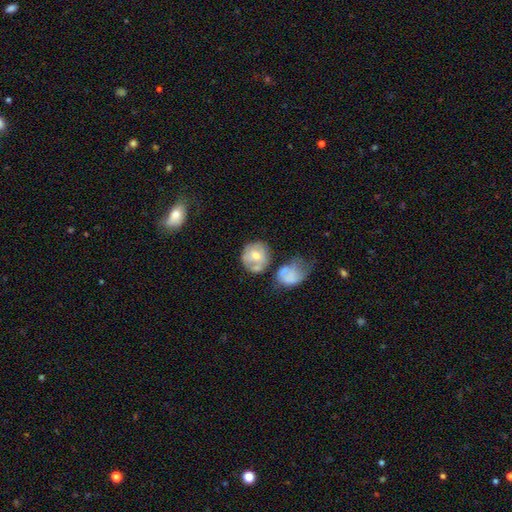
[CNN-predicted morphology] Smooth or featured: smooth — 51% (featured or disk — 41%)
How rounded: round — 77% (in between — 22%)
Merging: none — 40% (merger — 27%)